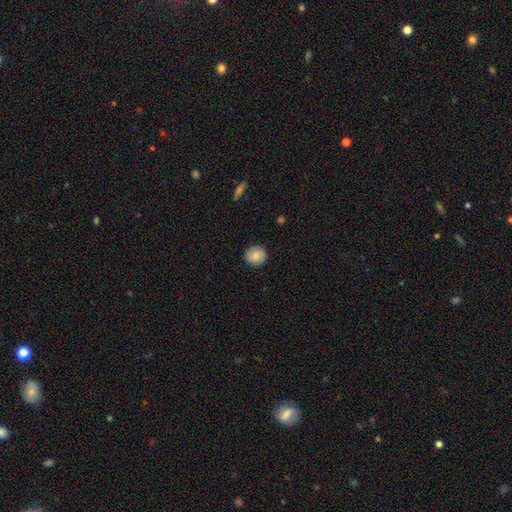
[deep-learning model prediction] Smooth or featured: smooth — 83% (featured or disk — 10%)
How rounded: round — 87% (in between — 12%)
Merging: none — 88% (minor disturbance — 9%)